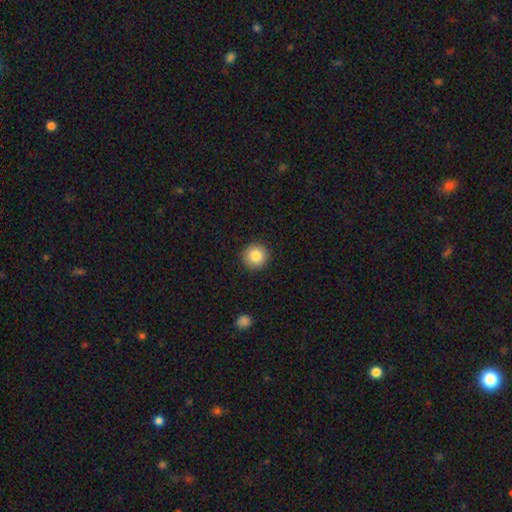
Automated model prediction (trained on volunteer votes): Smooth or featured? smooth (84%)
How rounded? round (95%)
Merging? none (92%)